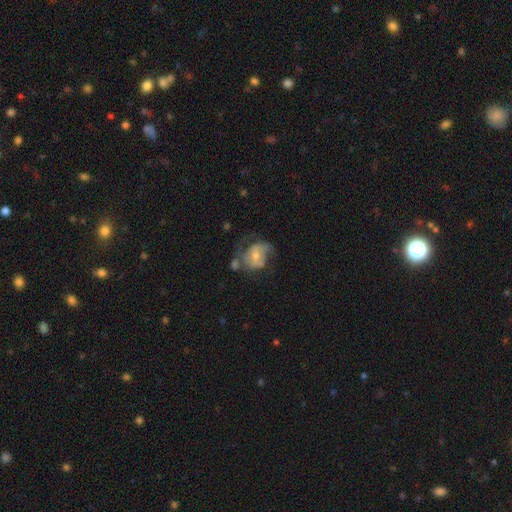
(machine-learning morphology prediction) Overall: featured or disk (60%; smooth 33%). Edge-on disk: no (97%). Bar: no (52%; weak 36%). Spiral arms: yes (70%; no 30%). Bulge size: moderate (52%; small 40%). Merging: none (35%; major disturbance 30%).